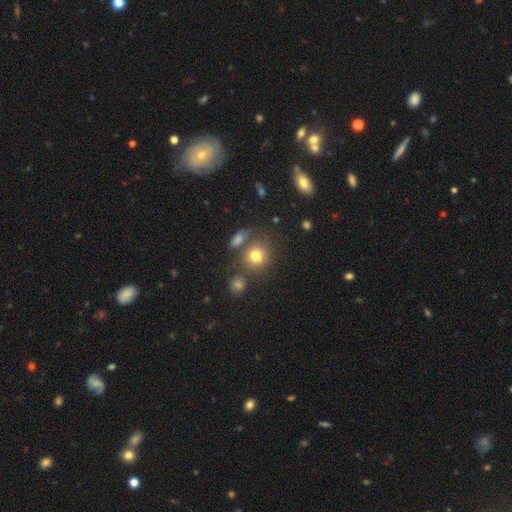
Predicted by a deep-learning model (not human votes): This is likely a smooth galaxy (76%). How rounded: likely round (79%). Merging: likely none (65%).